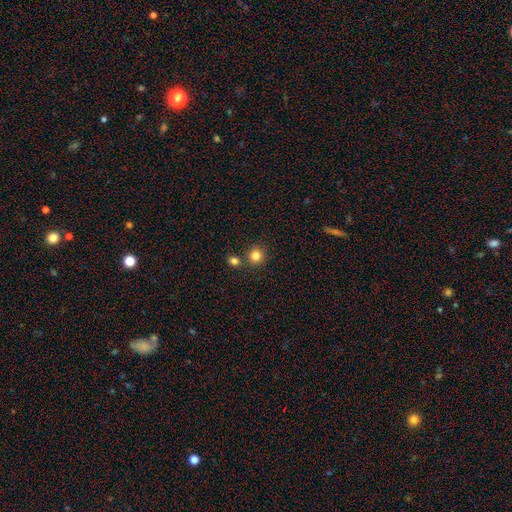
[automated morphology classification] Smooth or featured? Predicted: smooth (p=0.83). How rounded? Predicted: round (p=0.93). Merging? Predicted: none (p=0.79).